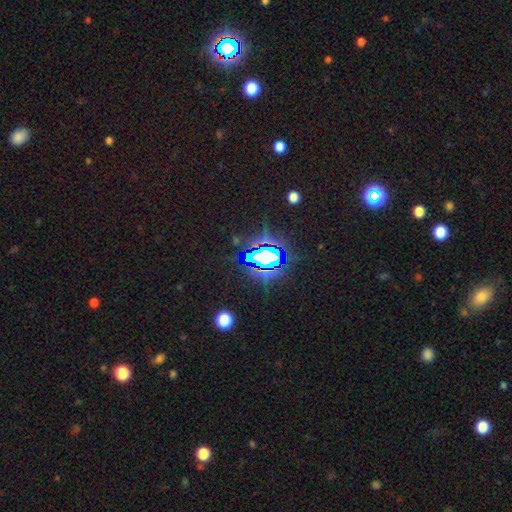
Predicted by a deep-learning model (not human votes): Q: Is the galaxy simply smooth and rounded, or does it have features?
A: star or artifact — 78%.